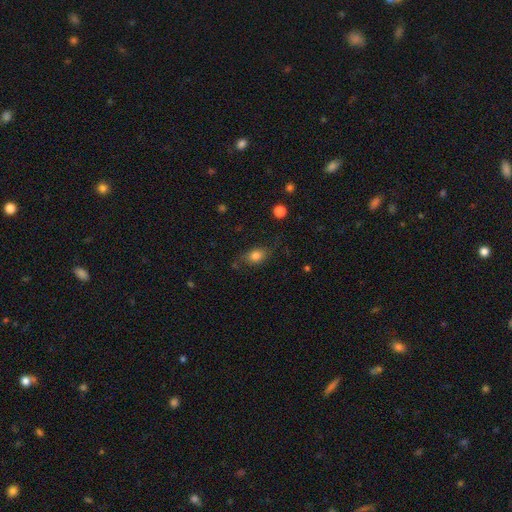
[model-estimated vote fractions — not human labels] A smooth galaxy with no disk features (77%) that is in between round and cigar-shaped (74%). Merging: none (66%).